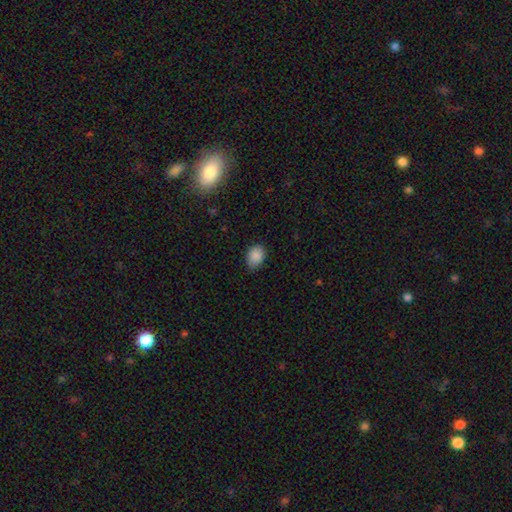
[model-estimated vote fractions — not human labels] Smooth or featured: smooth — 88% (star or artifact — 8%)
How rounded: in between — 67% (round — 32%)
Merging: none — 75% (minor disturbance — 21%)